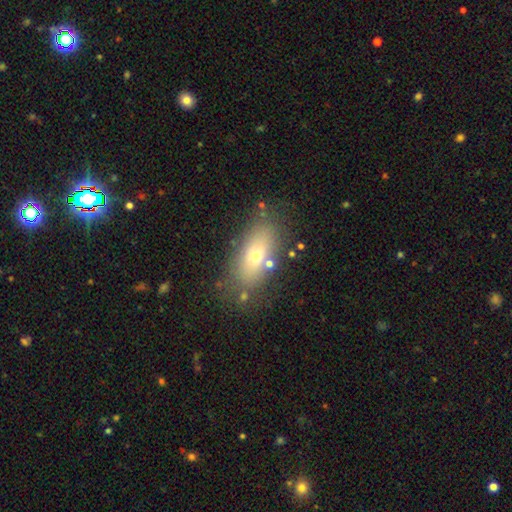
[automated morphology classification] Smooth or featured? smooth (64%)
How rounded? in between (79%)
Merging? none (77%)